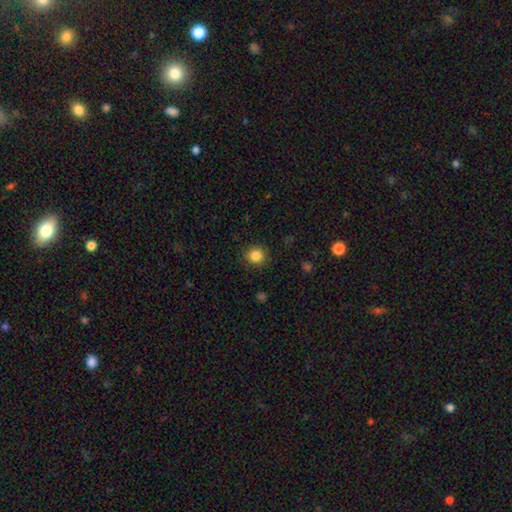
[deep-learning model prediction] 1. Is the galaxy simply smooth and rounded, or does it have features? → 85% smooth, 11% star or artifact, 4% featured or disk.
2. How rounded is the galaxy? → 92% round, 7% in between, 1% cigar-shaped.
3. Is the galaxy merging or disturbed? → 90% none, 7% minor disturbance, 2% major disturbance, 1% merger.